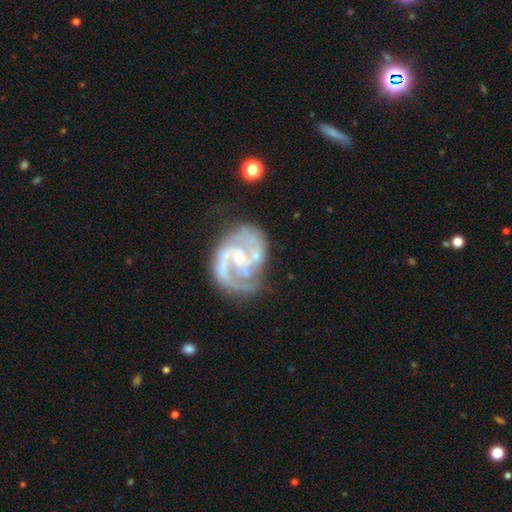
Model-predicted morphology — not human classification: The model was most divided on "bar": weak: 46%, no: 39%, strong: 14%. More confident: edge-on disk — no (98%); spiral arms — yes (96%); smooth or featured — featured or disk (89%); spiral arm count — 2 (70%); merging — none (60%); bulge size — small (56%); spiral winding — medium (54%).